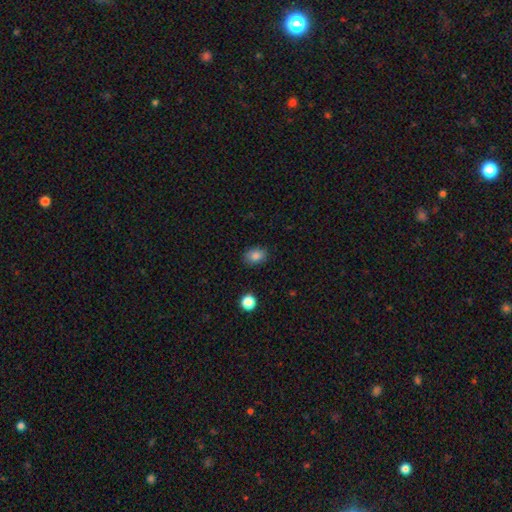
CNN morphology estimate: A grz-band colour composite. It shows a smooth galaxy with no disk features (83%) that is in between round and cigar-shaped (70%). Merging: none (86%).